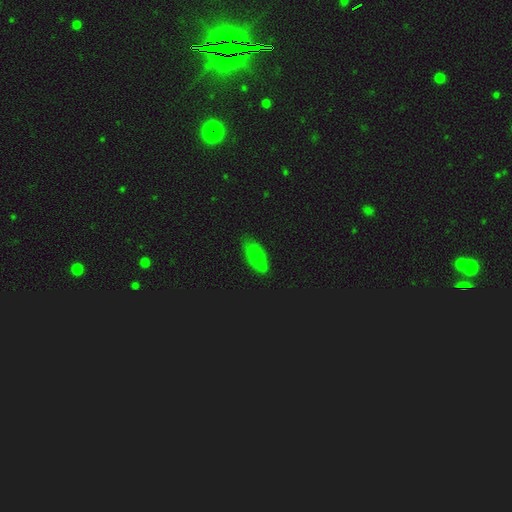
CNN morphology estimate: Smooth or featured: smooth — 74% (star or artifact — 16%)
How rounded: in between — 87% (cigar-shaped — 9%)
Merging: none — 66% (minor disturbance — 22%)